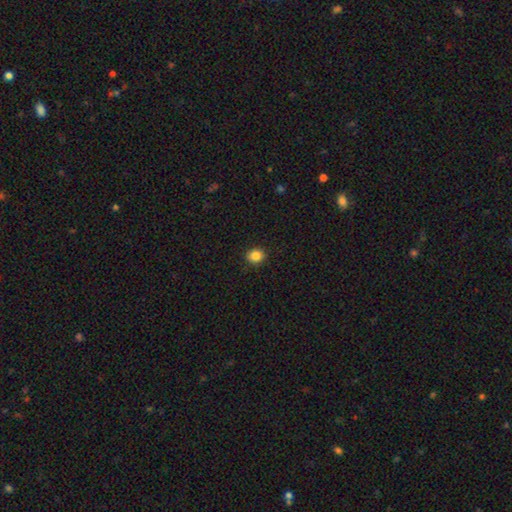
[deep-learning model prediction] Q: Smooth or featured?
A: smooth (85%); runner-up: star or artifact (11%)
Q: How rounded?
A: round (73%); runner-up: in between (26%)
Q: Merging?
A: none (90%); runner-up: minor disturbance (7%)